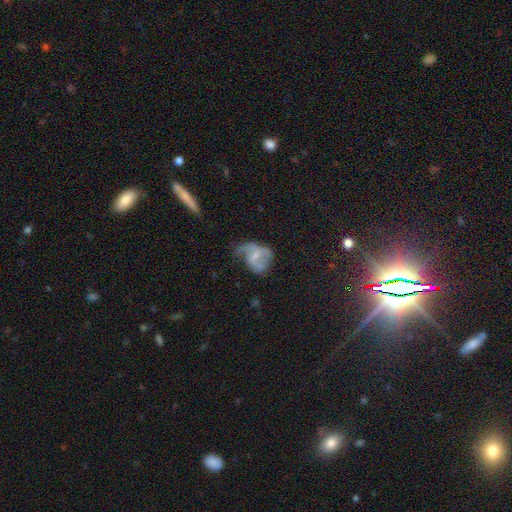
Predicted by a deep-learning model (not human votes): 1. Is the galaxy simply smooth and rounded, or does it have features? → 68% featured or disk, 25% smooth, 8% star or artifact.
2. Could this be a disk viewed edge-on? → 97% no, 3% yes.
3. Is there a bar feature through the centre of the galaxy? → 44% weak, 43% no, 13% strong.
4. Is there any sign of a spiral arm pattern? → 80% yes, 20% no.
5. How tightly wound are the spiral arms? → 47% loose, 38% medium, 14% tight.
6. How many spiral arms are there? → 54% 2, 24% 1, 13% can't tell, 5% 3, 2% 4, 2% more than 4.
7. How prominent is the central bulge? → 60% small, 27% moderate, 11% none, 1% large, 1% dominant.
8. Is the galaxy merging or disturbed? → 36% major disturbance, 34% none, 27% minor disturbance, 3% merger.